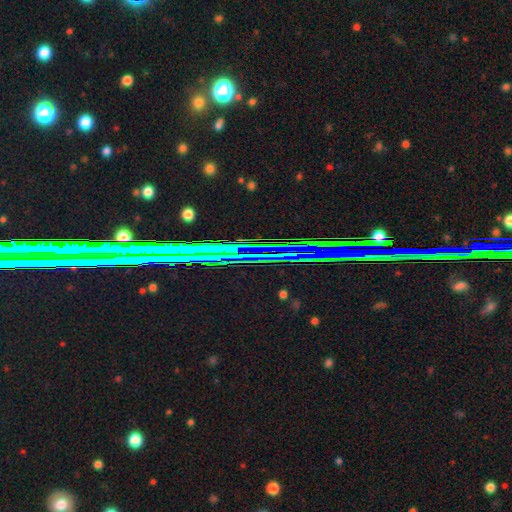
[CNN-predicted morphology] type=star or artifact (78%).